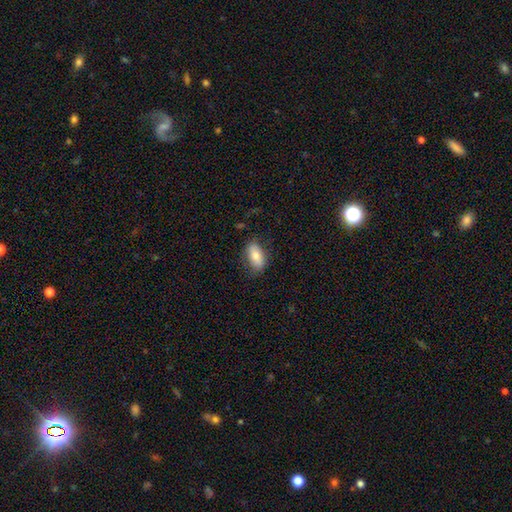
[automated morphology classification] type=smooth (76%); roundness=in between (90%); merging=none (78%).